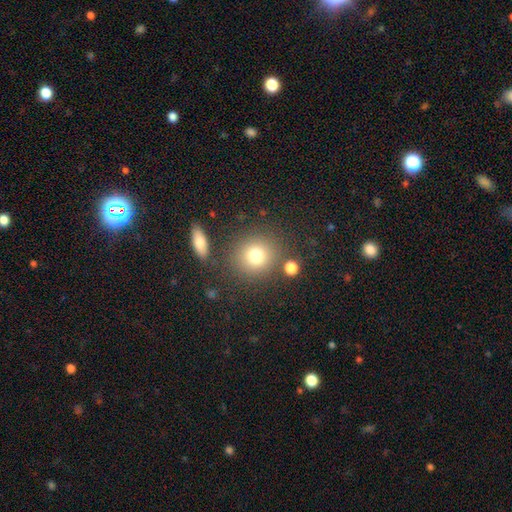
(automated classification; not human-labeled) Q: Smooth or featured?
A: smooth (78%); runner-up: star or artifact (12%)
Q: How rounded?
A: round (87%); runner-up: in between (12%)
Q: Merging?
A: none (80%); runner-up: minor disturbance (9%)